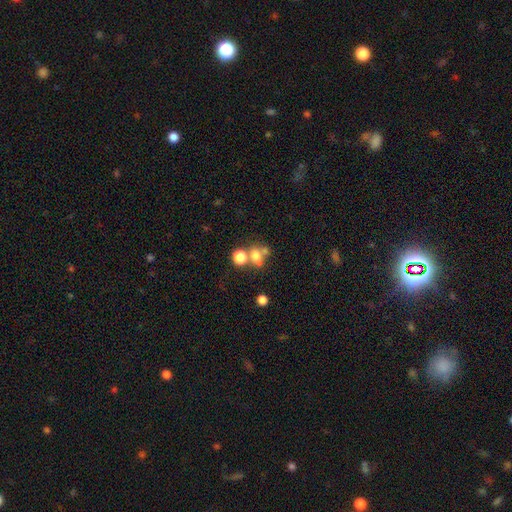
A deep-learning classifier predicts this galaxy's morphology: type=smooth (67%); roundness=round (58%); merging=merger (42%).